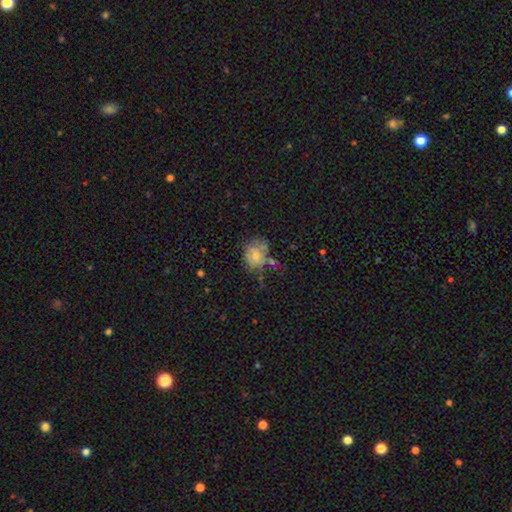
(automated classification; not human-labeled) Smooth or featured? Predicted: smooth (p=0.65). How rounded? Predicted: round (p=0.51). Merging? Predicted: none (p=0.41).